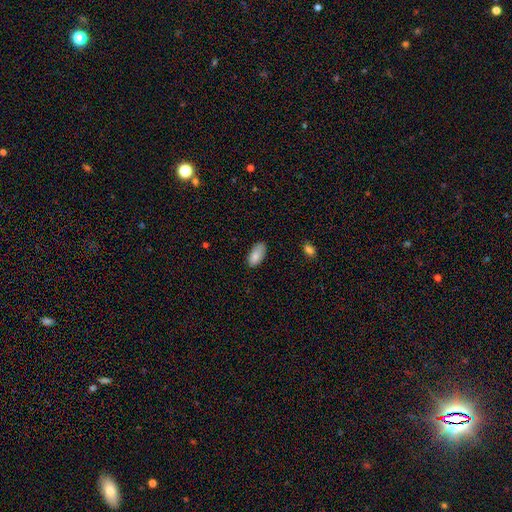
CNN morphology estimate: The model was most divided on "merging": none: 73%, minor disturbance: 21%, major disturbance: 4%, merger: 1%. More confident: how rounded — in between (92%); smooth or featured — smooth (86%).